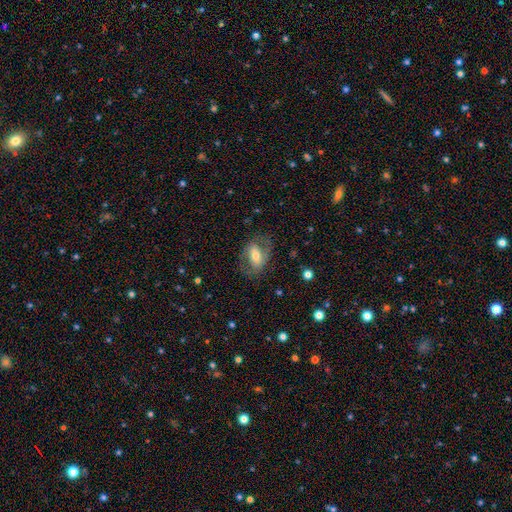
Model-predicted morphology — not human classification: The model was most divided on "smooth or featured": featured or disk: 51%, smooth: 42%, star or artifact: 7%. More confident: edge-on disk — no (92%); merging — none (68%).